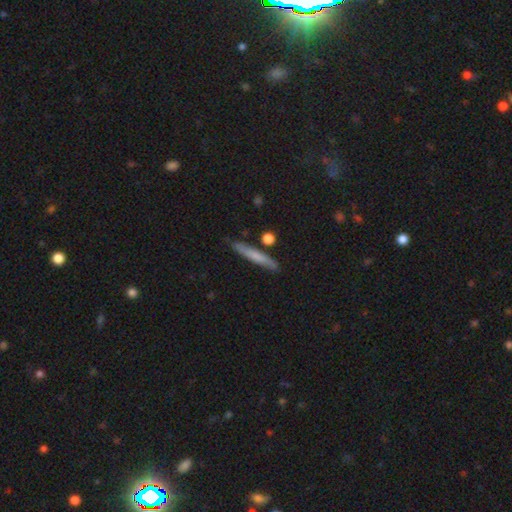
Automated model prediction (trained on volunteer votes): Smooth or featured? smooth (66%)
How rounded? cigar-shaped (94%)
Merging? none (85%)